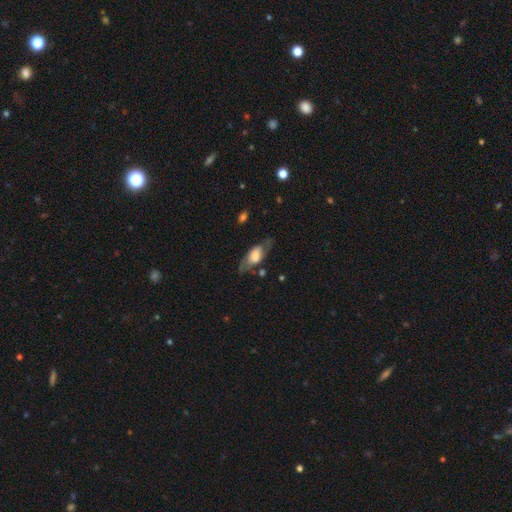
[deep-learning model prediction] smooth 47% (tied), featured or disk 47% (tied), star or artifact 6%. Down the decision tree: merging — none (63%).